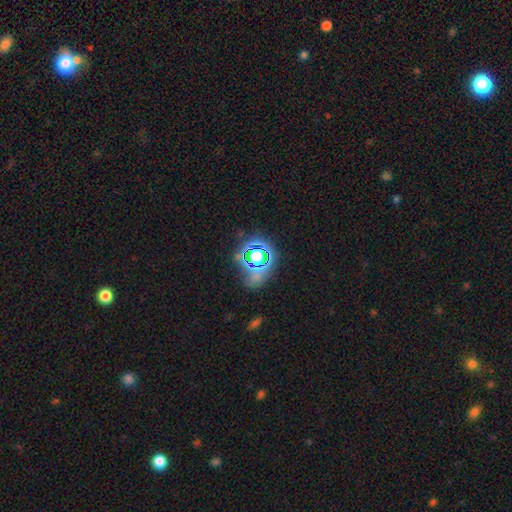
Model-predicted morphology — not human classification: smooth-or-featured: star or artifact: 55% | smooth: 32% | featured or disk: 13%